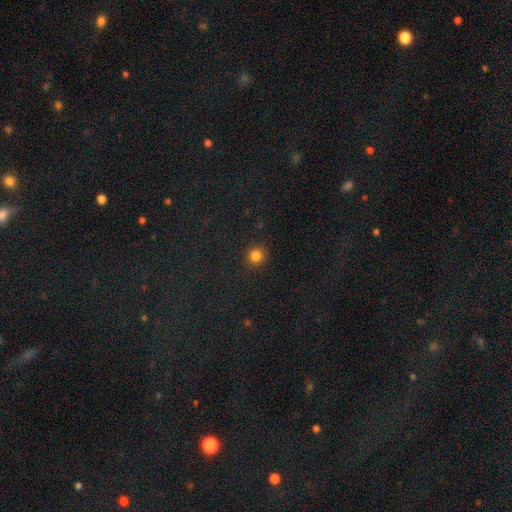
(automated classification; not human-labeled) This appears to be a smooth galaxy with no disk features (83%) that is round (92%). Merging: none (91%).